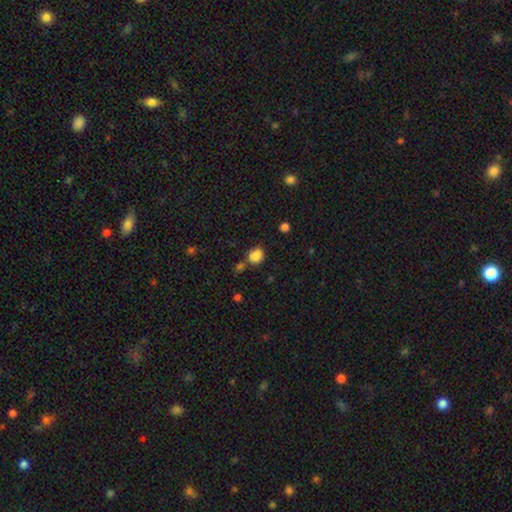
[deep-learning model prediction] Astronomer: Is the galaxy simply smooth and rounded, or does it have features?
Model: smooth — 85%.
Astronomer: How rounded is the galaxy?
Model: round — 66%.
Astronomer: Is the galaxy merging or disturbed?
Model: none — 66%.